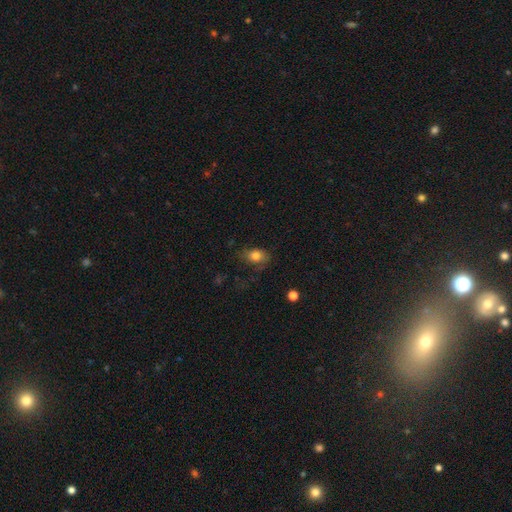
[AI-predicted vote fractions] A smooth galaxy with no disk features (77%) that is in between round and cigar-shaped (70%).

Vote fractions:
- Smooth or featured? smooth: 77% / featured or disk: 13% / star or artifact: 10%
- How rounded? in between: 70% / round: 28% / cigar-shaped: 2%
- Merging? none: 57% / minor disturbance: 25% / major disturbance: 16% / merger: 2%